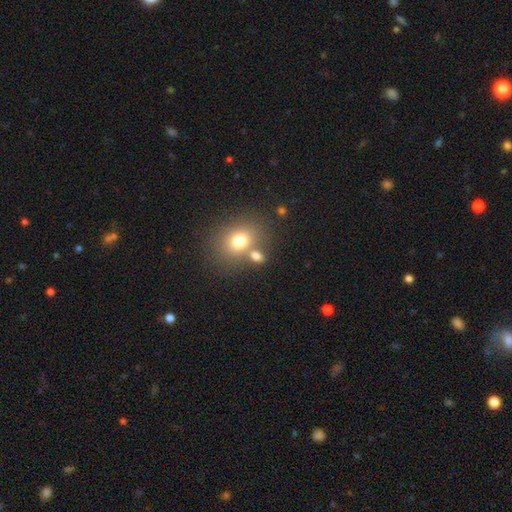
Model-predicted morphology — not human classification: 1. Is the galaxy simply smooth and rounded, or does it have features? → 75% smooth, 13% star or artifact, 12% featured or disk.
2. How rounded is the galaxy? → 55% in between, 43% round, 1% cigar-shaped.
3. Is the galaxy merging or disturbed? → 54% none, 31% merger, 10% minor disturbance, 5% major disturbance.